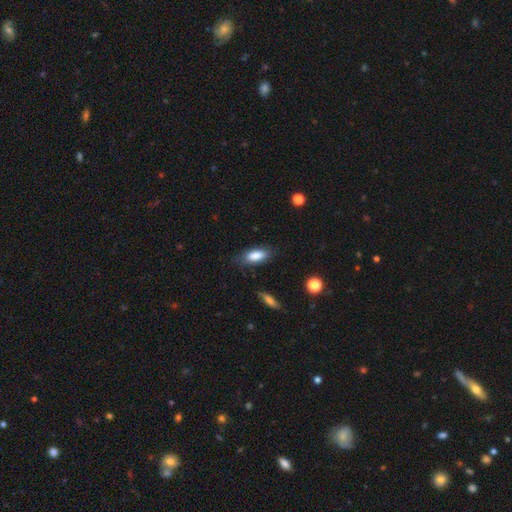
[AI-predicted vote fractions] Smooth or featured: smooth — 84% (featured or disk — 9%)
How rounded: in between — 78% (cigar-shaped — 19%)
Merging: none — 79% (minor disturbance — 16%)